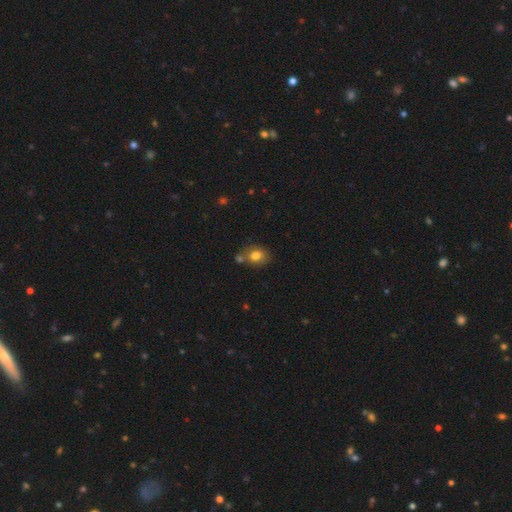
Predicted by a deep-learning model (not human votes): The model was most divided on "how rounded": round: 52%, in between: 47%, cigar-shaped: 1%. More confident: smooth or featured — smooth (78%); merging — none (62%).